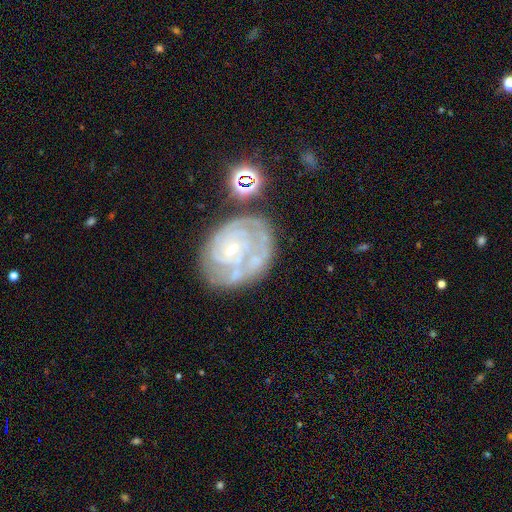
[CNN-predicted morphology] type=featured or disk (79%); edge-on=no (97%); bar=no (71%); spiral arms=yes (85%); winding=tight (71%); arm count=can't tell (44%); bulge=small (79%); merging=none (60%).